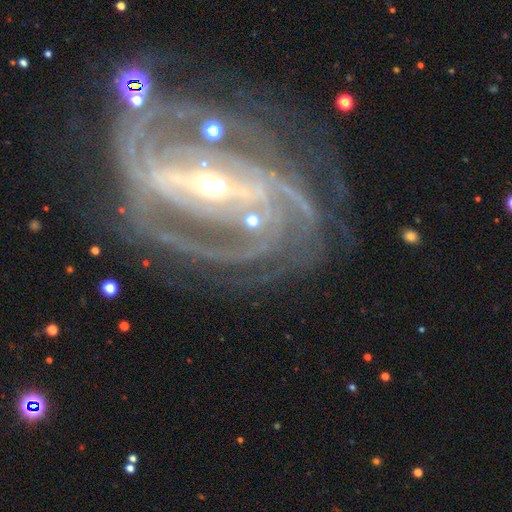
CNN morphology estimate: Smooth or featured?
  - featured or disk: 91% *
  - star or artifact: 6%
  - smooth: 3%
Edge-on disk?
  - no: 95% *
  - yes: 5%
Bar?
  - strong: 76% *
  - weak: 17%
  - no: 7%
Spiral arms?
  - yes: 97% *
  - no: 3%
Spiral winding?
  - tight: 54% *
  - medium: 37%
  - loose: 10%
Spiral arm count?
  - 2: 24% *
  - 3: 23%
  - 4: 18%
  - can't tell: 17%
  - more than 4: 10%
  - 1: 8%
Bulge size?
  - small: 52% *
  - moderate: 42%
  - large: 4%
  - none: 1%
  - dominant: 1%
Merging?
  - none: 58% *
  - major disturbance: 18%
  - minor disturbance: 18%
  - merger: 6%